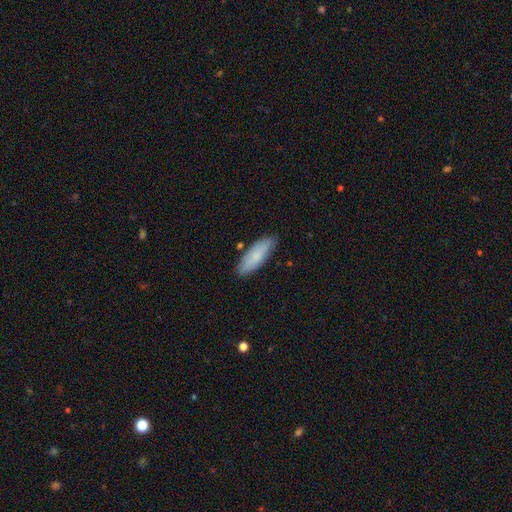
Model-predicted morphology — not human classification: Overall: smooth (77%). How rounded: in between (58%; cigar-shaped 40%). Merging: none (83%).